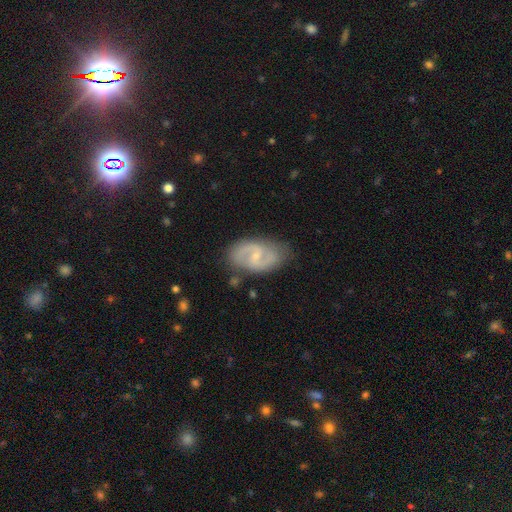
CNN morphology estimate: Overall: featured or disk (82%). Edge-on disk: no (97%). Bar: weak (53%; no 32%). Spiral arms: yes (93%). Spiral arm count: 2 (90%). Spiral winding: medium (54%; loose 24%). Bulge size: small (71%). Merging: none (79%).